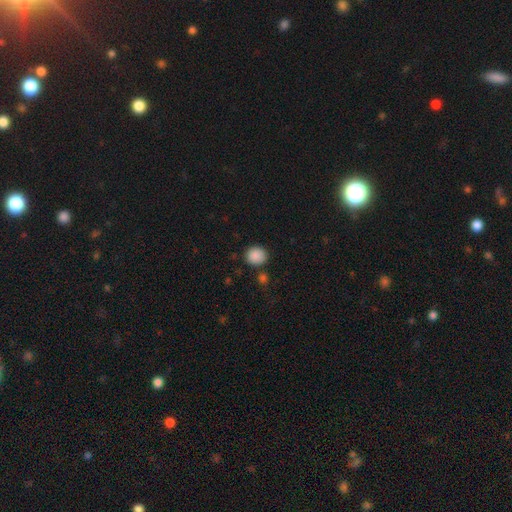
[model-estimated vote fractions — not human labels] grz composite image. It shows a smooth galaxy with no disk features (89%) that is round (83%). Merging: none (83%).